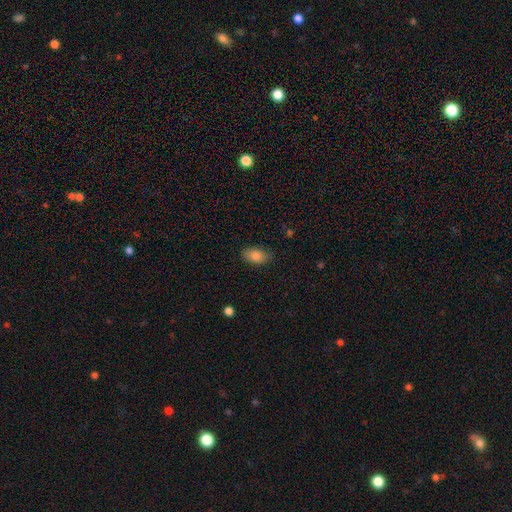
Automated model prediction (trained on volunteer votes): Smooth or featured? smooth (86%)
How rounded? in between (91%)
Merging? none (82%)